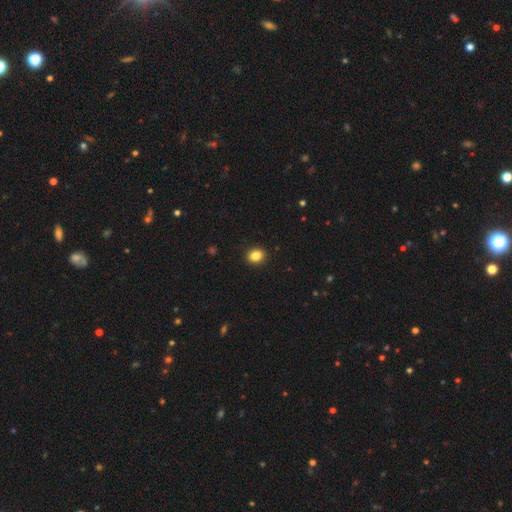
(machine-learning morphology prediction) This is clearly a smooth galaxy (86%). How rounded: possibly round (51%). Merging: clearly none (92%).